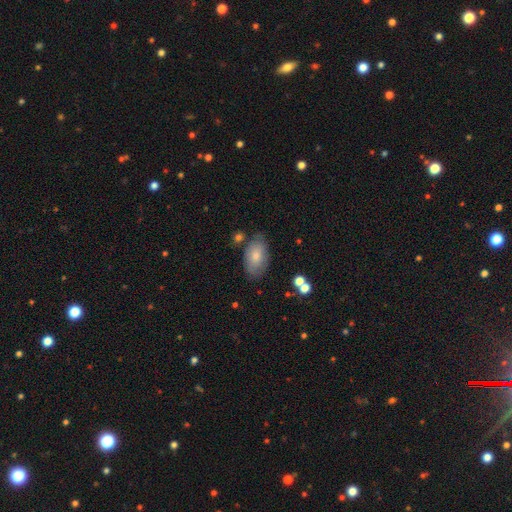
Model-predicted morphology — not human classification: This appears to be a smooth galaxy with no disk features (77%) that is in between round and cigar-shaped (93%). Merging: none (71%).